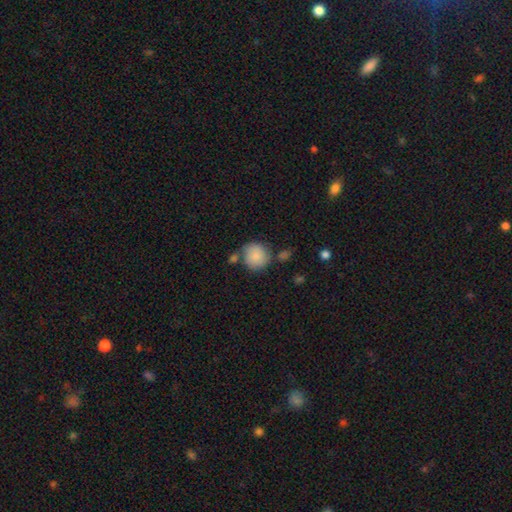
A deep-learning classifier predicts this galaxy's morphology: A smooth galaxy with no disk features (85%) that is round (88%). Merging: none (64%).